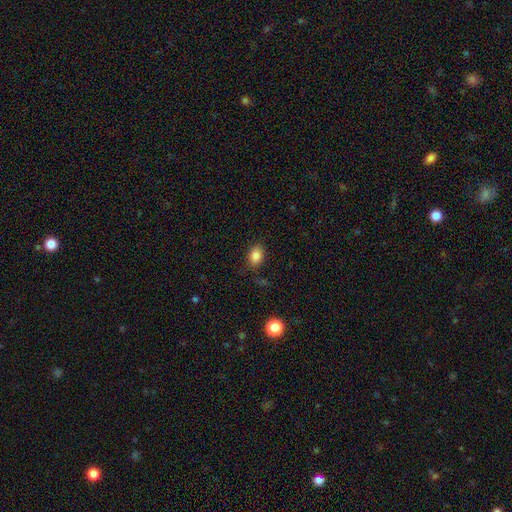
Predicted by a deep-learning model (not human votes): A smooth galaxy with no disk features (84%) that is in between round and cigar-shaped (75%). Merging: none (81%).